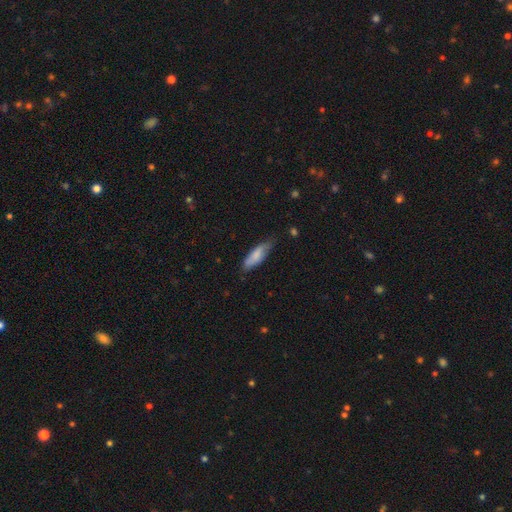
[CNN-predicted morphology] Smooth or featured: smooth — 78% (featured or disk — 16%)
How rounded: in between — 55% (cigar-shaped — 44%)
Merging: none — 68% (minor disturbance — 26%)